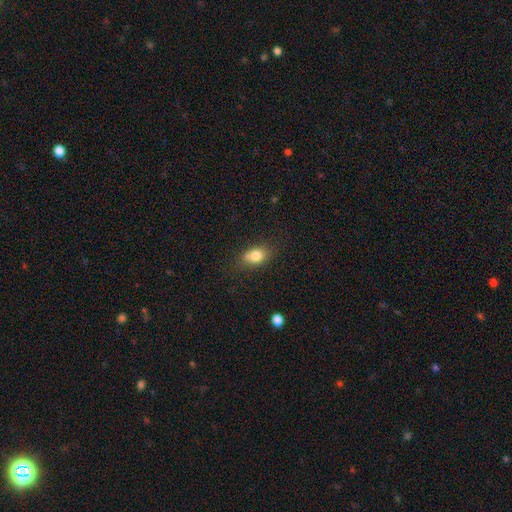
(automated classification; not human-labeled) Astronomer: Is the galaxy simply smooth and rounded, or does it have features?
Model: smooth — 78%.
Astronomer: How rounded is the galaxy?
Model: in between — 69%.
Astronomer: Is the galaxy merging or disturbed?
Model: none — 61%.